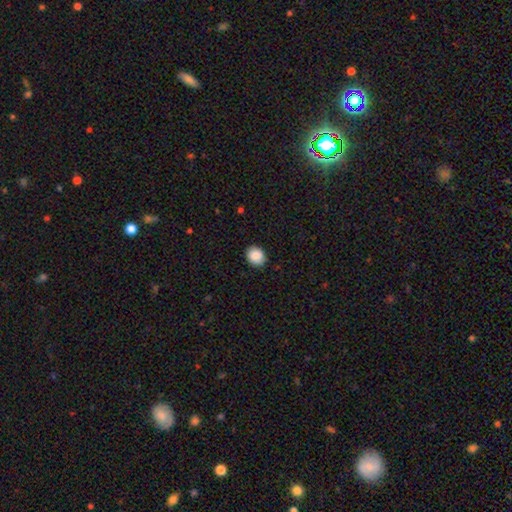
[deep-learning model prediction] The model was most divided on "how rounded": round: 62%, in between: 37%, cigar-shaped: 1%. More confident: smooth or featured — smooth (89%); merging — none (87%).